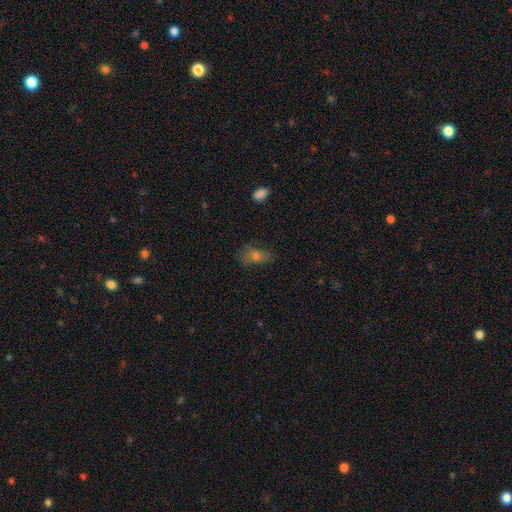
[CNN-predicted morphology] Smooth or featured? smooth (62%)
How rounded? in between (80%)
Merging? none (61%)